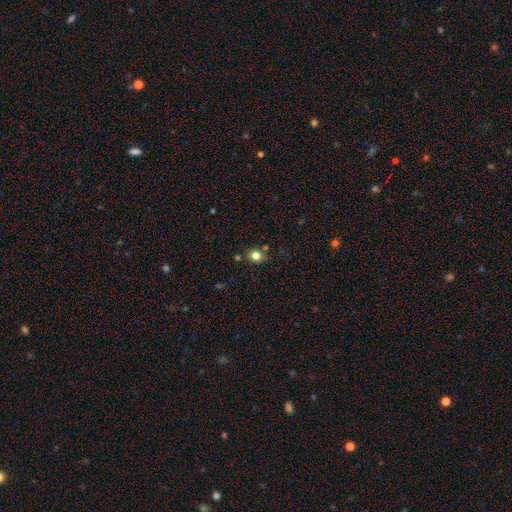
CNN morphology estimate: smooth-or-featured: smooth: 80% | star or artifact: 13% | featured or disk: 7%
  how-rounded: round: 71% | in between: 28% | cigar-shaped: 1%
  merging: none: 78% | minor disturbance: 12% | merger: 7% | major disturbance: 3%